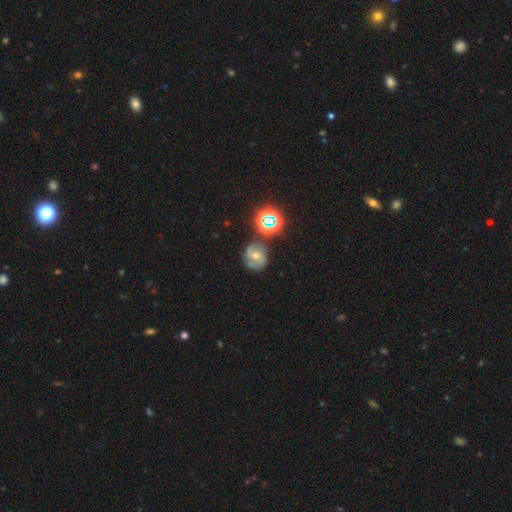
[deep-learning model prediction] A featured or disk galaxy (47%).

Vote fractions:
- Smooth or featured? featured or disk: 47% / star or artifact: 31% / smooth: 22%
- Merging? none: 71% / minor disturbance: 14% / merger: 9% / major disturbance: 6%